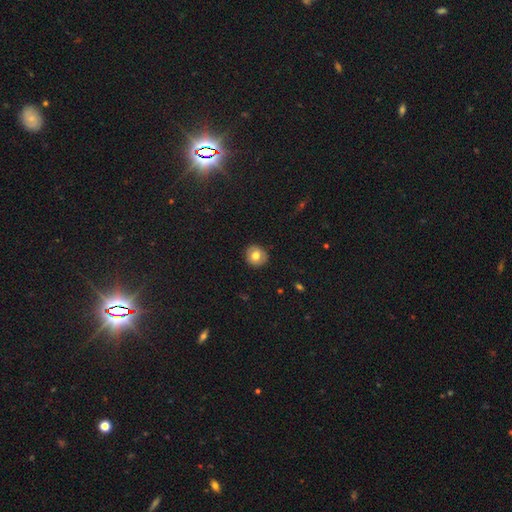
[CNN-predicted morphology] Q: Smooth or featured?
A: smooth (75%); runner-up: featured or disk (15%)
Q: How rounded?
A: round (90%); runner-up: in between (9%)
Q: Merging?
A: none (89%); runner-up: minor disturbance (8%)